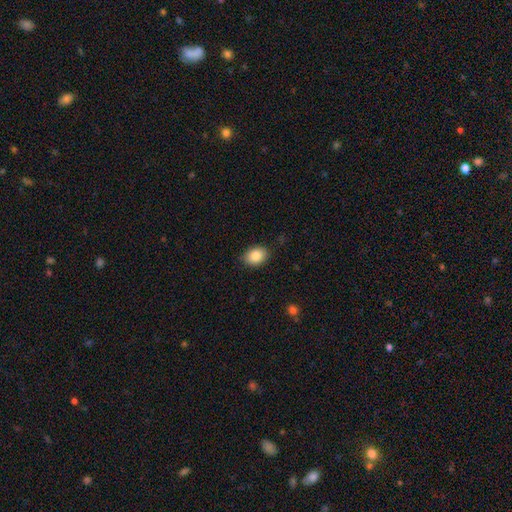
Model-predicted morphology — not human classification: A smooth galaxy with no disk features (86%) that is in between round and cigar-shaped (70%). Merging: none (83%).